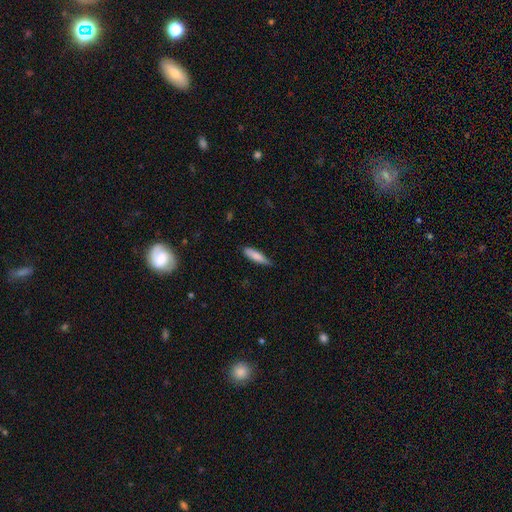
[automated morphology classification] smooth_or_featured: smooth (p=0.82) [alt: featured or disk p=0.12]
how_rounded: cigar-shaped (p=0.70) [alt: in between p=0.29]
merging: none (p=0.70) [alt: minor disturbance p=0.25]